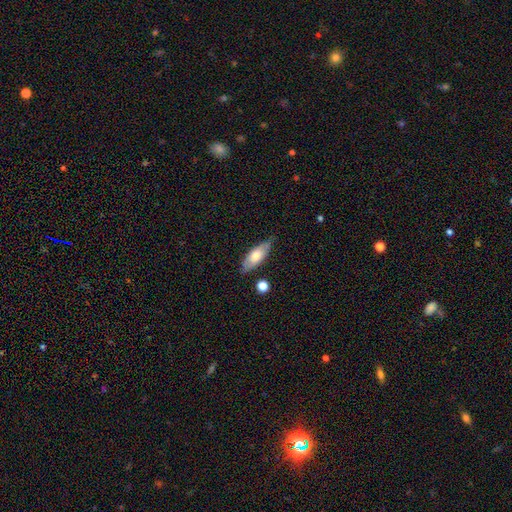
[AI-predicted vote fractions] Morphology: type=smooth (61%); roundness=in between (71%); merging=none (76%).